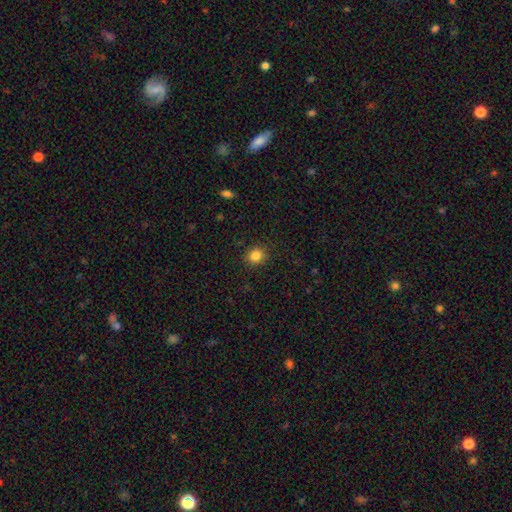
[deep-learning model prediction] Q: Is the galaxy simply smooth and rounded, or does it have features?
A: smooth — 84%.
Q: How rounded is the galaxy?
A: round — 78%.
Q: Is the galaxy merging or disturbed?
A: none — 89%.